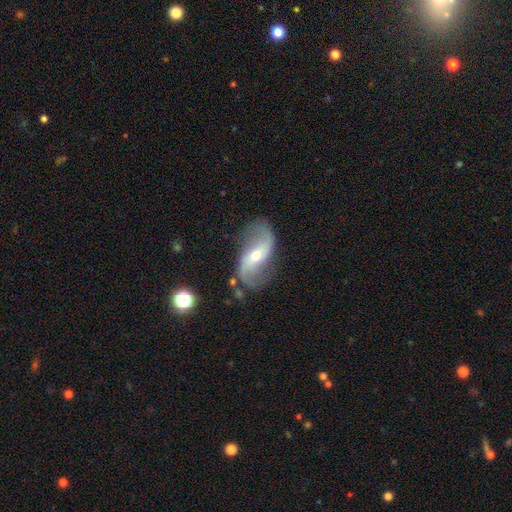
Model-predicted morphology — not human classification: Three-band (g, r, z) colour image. It shows a featured or disk galaxy (85%) with a weak bar (38%), 2 (93%) loose (78%) spiral arms (95%) and a small central bulge (47%, tied with moderate). Merging: none (73%).